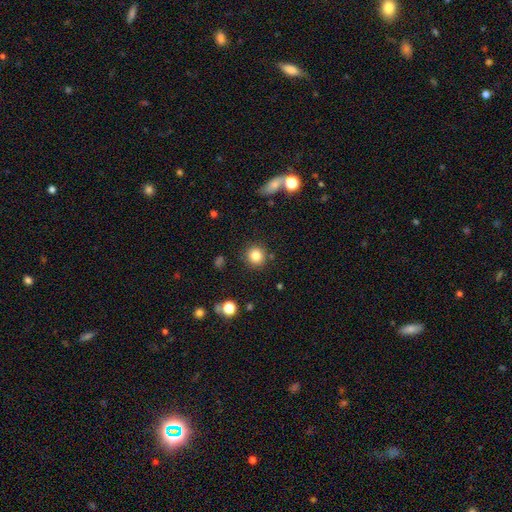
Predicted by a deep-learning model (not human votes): Smooth or featured? Predicted: smooth (p=0.82). How rounded? Predicted: round (p=0.93). Merging? Predicted: none (p=0.88).